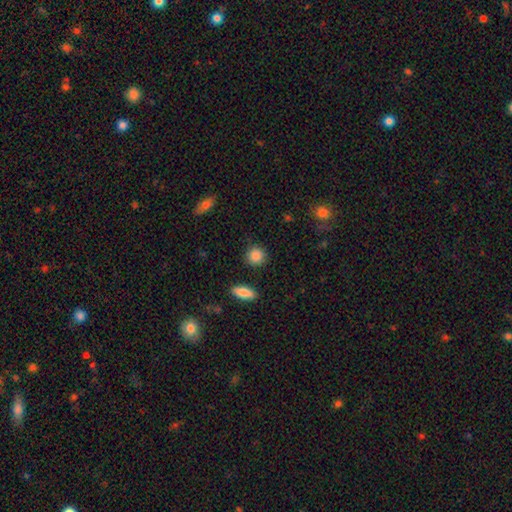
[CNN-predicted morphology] smooth-or-featured: smooth: 88% | star or artifact: 8% | featured or disk: 4%
  how-rounded: round: 87% | in between: 11% | cigar-shaped: 2%
  merging: none: 89% | minor disturbance: 7% | major disturbance: 2% | merger: 2%